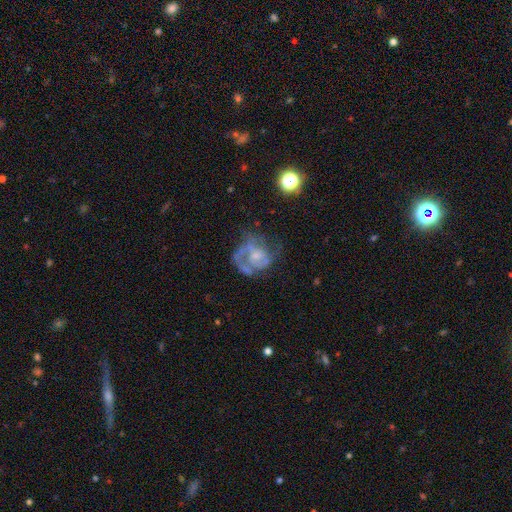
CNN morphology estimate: type=featured or disk (70%); edge-on=no (98%); bar=no (71%); spiral arms=yes (68%); bulge=small (39%); merging=none (40%).